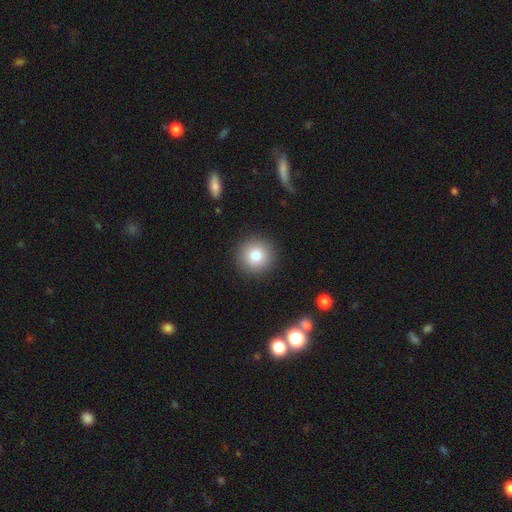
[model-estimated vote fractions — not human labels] A smooth galaxy with no disk features (80%) that is round (95%). Merging: none (92%).